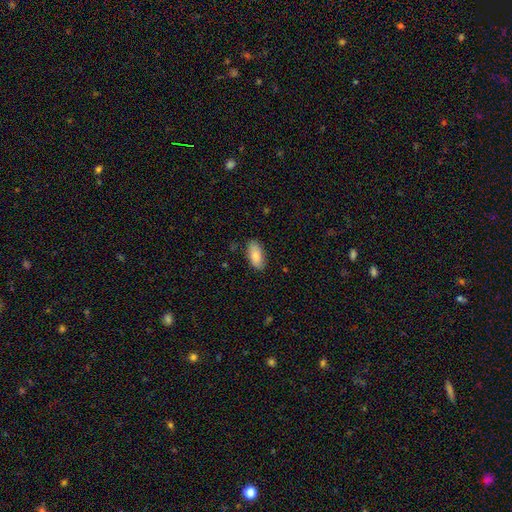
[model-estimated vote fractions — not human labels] This appears to be a smooth galaxy with no disk features (81%) that is in between round and cigar-shaped (91%). Merging: none (84%).